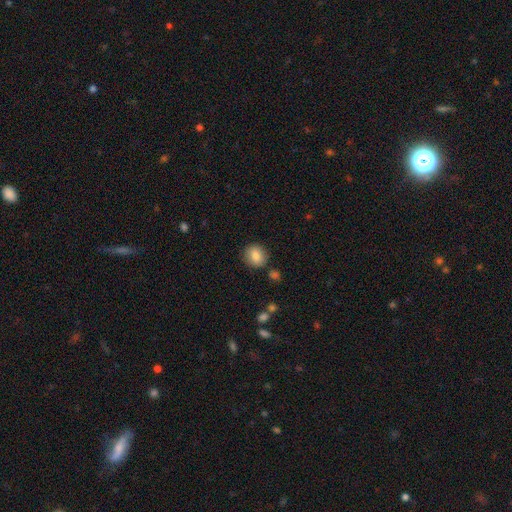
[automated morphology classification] This appears to be a smooth galaxy with no disk features (85%) that is round (81%). Merging: none (84%).